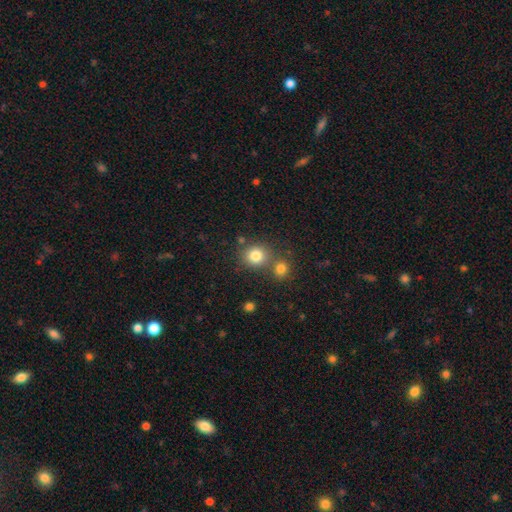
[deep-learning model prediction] smooth-or-featured: smooth: 81% | star or artifact: 12% | featured or disk: 7%
  how-rounded: round: 83% | in between: 16% | cigar-shaped: 1%
  merging: none: 64% | merger: 24% | minor disturbance: 8% | major disturbance: 3%